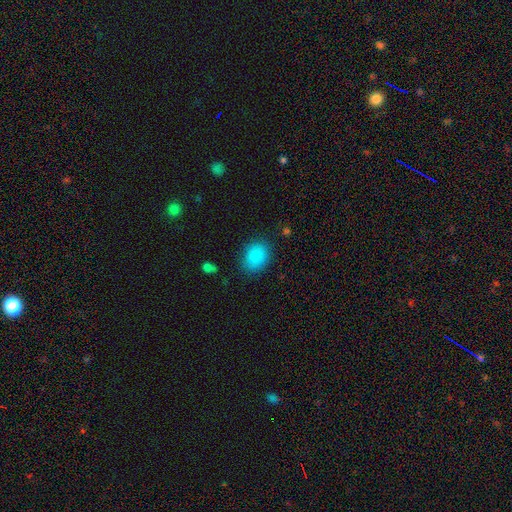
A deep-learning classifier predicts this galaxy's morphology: Smooth or featured? smooth (87%)
How rounded? in between (62%)
Merging? none (83%)